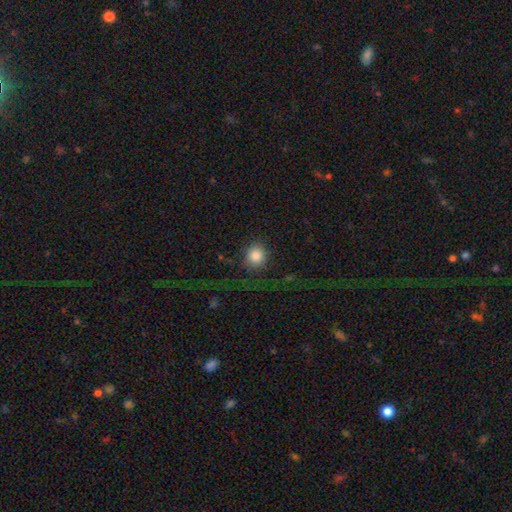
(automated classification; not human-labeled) Smooth or featured? smooth (86%)
How rounded? round (87%)
Merging? none (83%)